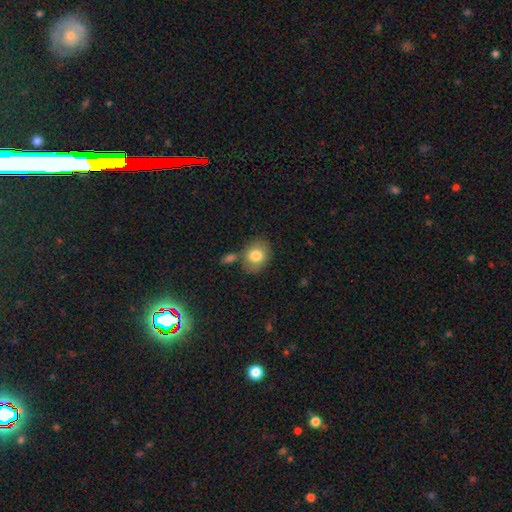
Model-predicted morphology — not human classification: Overall: smooth (80%). How rounded: in between (50%; round 49%). Merging: none (67%).